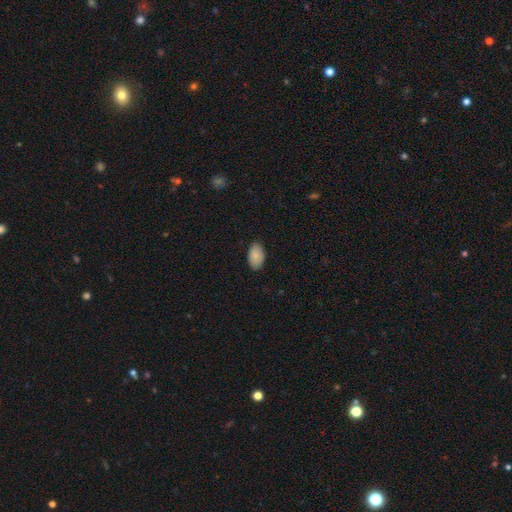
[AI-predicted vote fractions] Smooth or featured: smooth — 87% (star or artifact — 7%)
How rounded: in between — 94% (round — 5%)
Merging: none — 87% (minor disturbance — 10%)